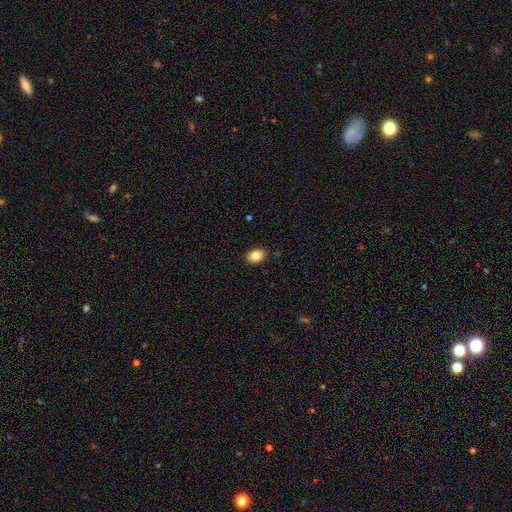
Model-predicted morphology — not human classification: Smooth or featured? Predicted: smooth (p=0.85). How rounded? Predicted: in between (p=0.80). Merging? Predicted: none (p=0.88).